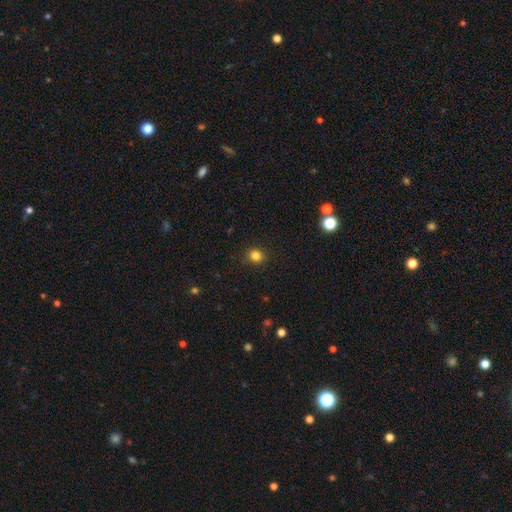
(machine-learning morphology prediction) Q: Smooth or featured?
A: smooth (83%); runner-up: star or artifact (13%)
Q: How rounded?
A: round (84%); runner-up: in between (15%)
Q: Merging?
A: none (90%); runner-up: minor disturbance (6%)